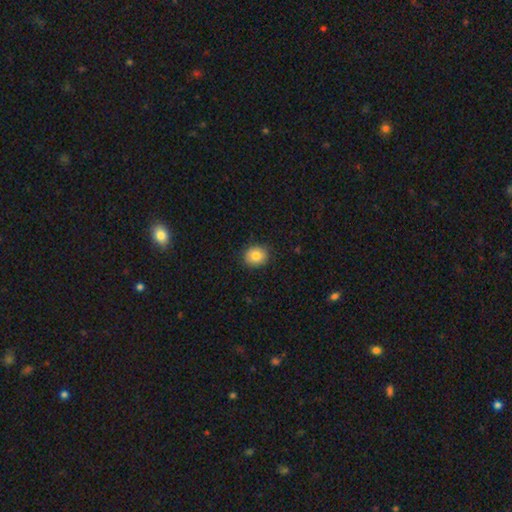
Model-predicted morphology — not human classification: smooth-or-featured: smooth: 82% | star or artifact: 9% | featured or disk: 9%
  how-rounded: round: 75% | in between: 24% | cigar-shaped: 1%
  merging: none: 88% | minor disturbance: 9% | major disturbance: 2% | merger: 1%